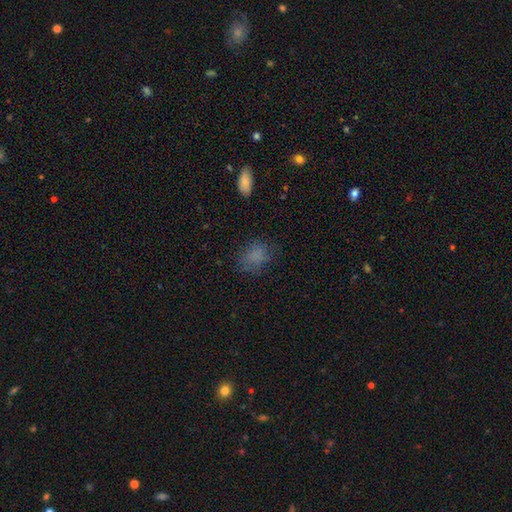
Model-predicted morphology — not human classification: smooth-or-featured: smooth: 77% | star or artifact: 13% | featured or disk: 9%
  how-rounded: in between: 60% | round: 38% | cigar-shaped: 2%
  merging: none: 67% | minor disturbance: 21% | major disturbance: 10% | merger: 2%